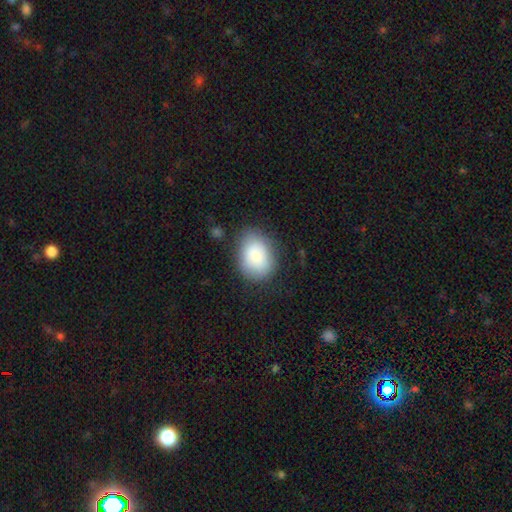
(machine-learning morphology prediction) This is clearly a smooth galaxy (86%). How rounded: likely in between (72%). Merging: likely none (70%).